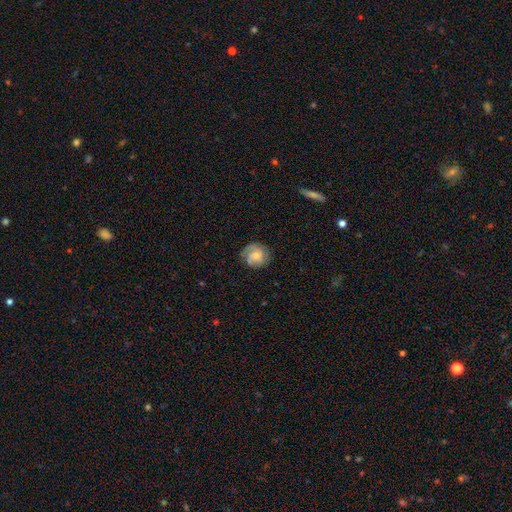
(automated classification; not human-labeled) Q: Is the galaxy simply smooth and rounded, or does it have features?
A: featured or disk — 55%.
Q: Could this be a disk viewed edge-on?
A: no — 97%.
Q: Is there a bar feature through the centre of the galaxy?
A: no — 72%.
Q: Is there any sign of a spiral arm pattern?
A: yes — 90%.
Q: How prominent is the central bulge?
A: small — 41%.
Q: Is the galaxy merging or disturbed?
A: none — 73%.